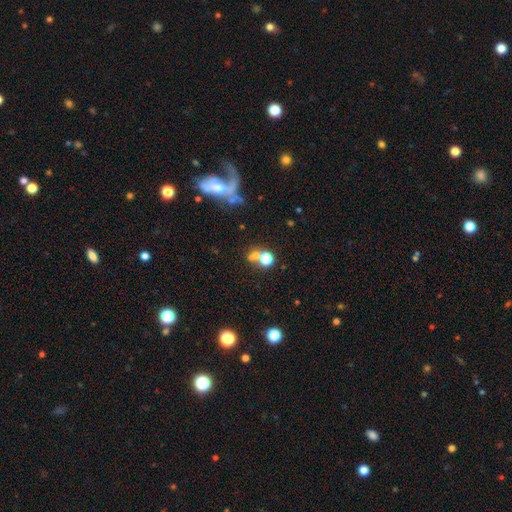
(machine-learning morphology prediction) smooth 56%, star or artifact 29%, featured or disk 15%. Down the decision tree: how rounded — round (78%); merging — none (46%).